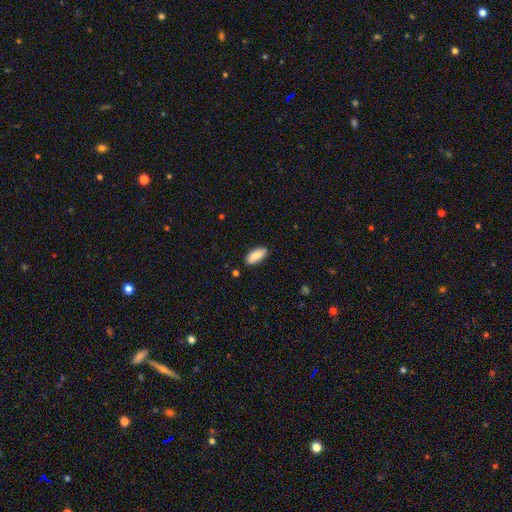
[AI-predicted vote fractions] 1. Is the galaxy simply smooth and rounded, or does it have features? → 85% smooth, 9% featured or disk, 6% star or artifact.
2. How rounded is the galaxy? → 83% in between, 15% cigar-shaped, 2% round.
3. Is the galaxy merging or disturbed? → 87% none, 10% minor disturbance, 2% major disturbance, 2% merger.